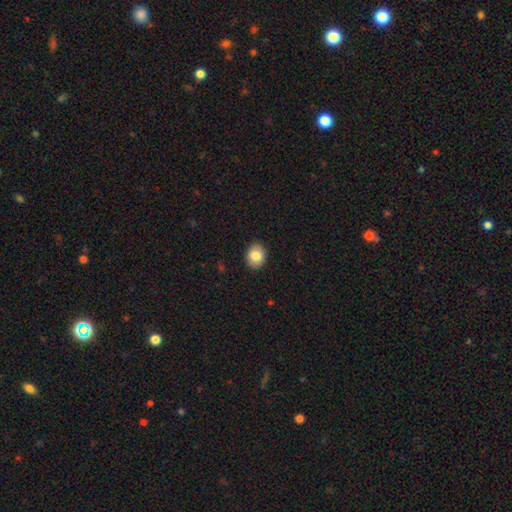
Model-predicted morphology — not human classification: Smooth or featured? smooth (83%)
How rounded? round (52%)
Merging? none (91%)